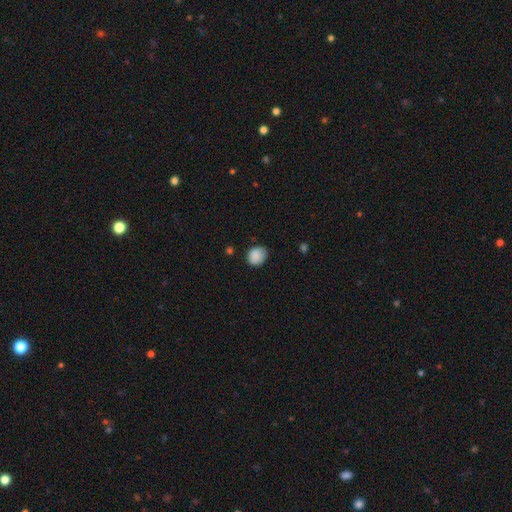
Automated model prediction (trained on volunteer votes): Smooth or featured: smooth — 87% (star or artifact — 8%)
How rounded: round — 72% (in between — 27%)
Merging: none — 74% (minor disturbance — 21%)